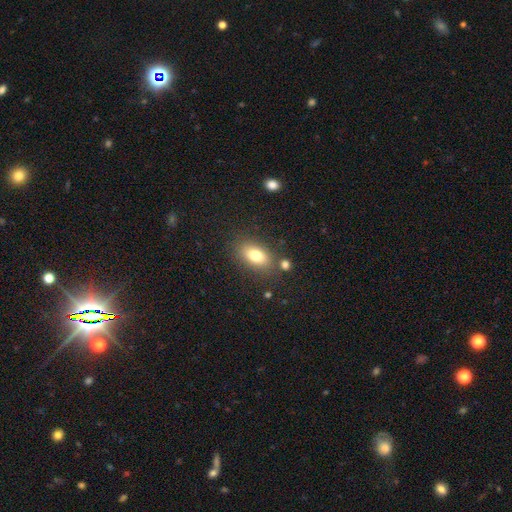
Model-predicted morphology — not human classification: This is likely a smooth galaxy (78%). How rounded: clearly in between (86%). Merging: likely none (79%).